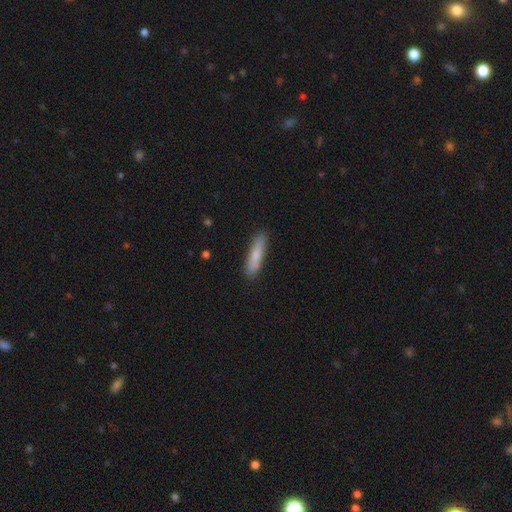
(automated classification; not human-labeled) A smooth galaxy with no disk features (78%) that is cigar-shaped (86%). Merging: none (87%).